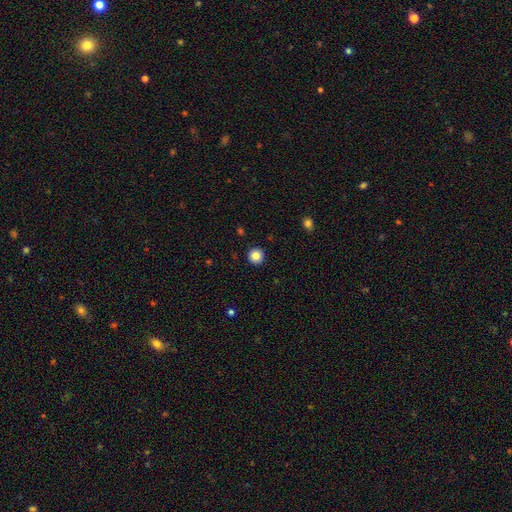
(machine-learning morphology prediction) Smooth or featured? Predicted: smooth (p=0.85). How rounded? Predicted: round (p=0.96). Merging? Predicted: none (p=0.93).